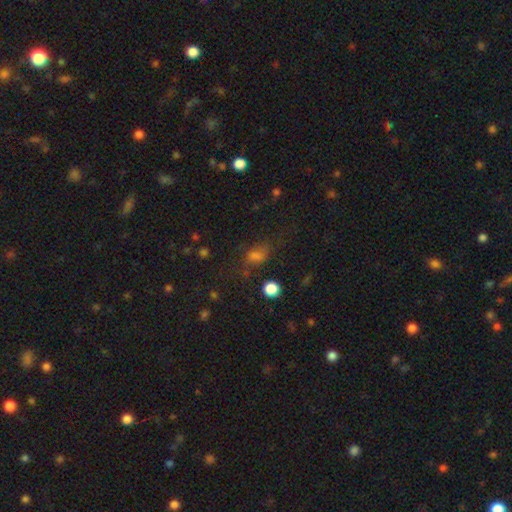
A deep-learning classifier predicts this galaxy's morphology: Smooth or featured? smooth (64%)
How rounded? in between (68%)
Merging? none (53%)